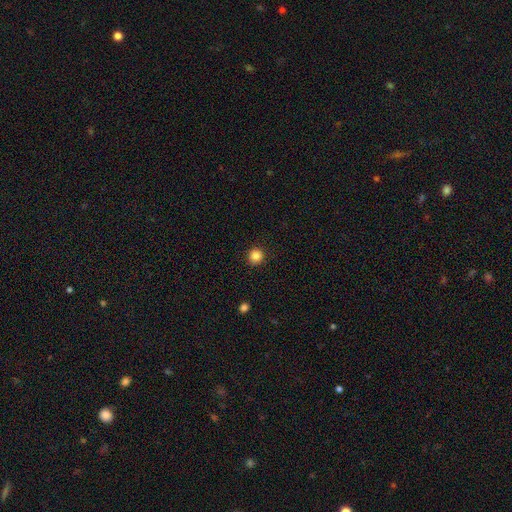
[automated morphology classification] type=smooth (85%); roundness=round (94%); merging=none (92%).